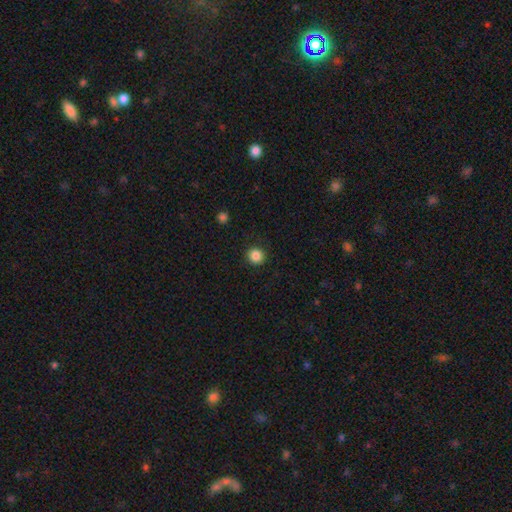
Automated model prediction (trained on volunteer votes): smooth 86%, star or artifact 11%, featured or disk 4%. Down the decision tree: how rounded — round (95%); merging — none (92%).